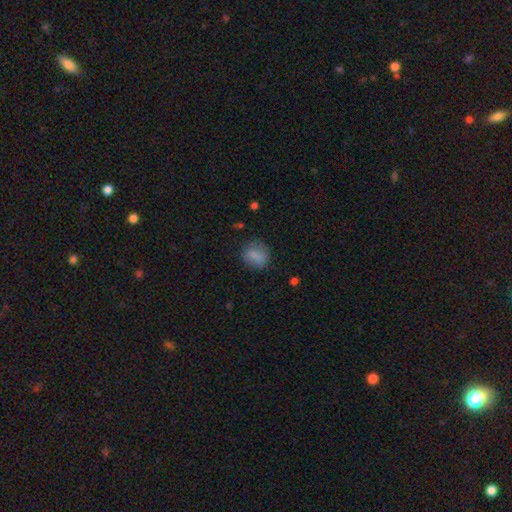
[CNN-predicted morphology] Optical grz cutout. It shows a smooth galaxy with no disk features (77%) that is round (62%). Merging: none (70%).